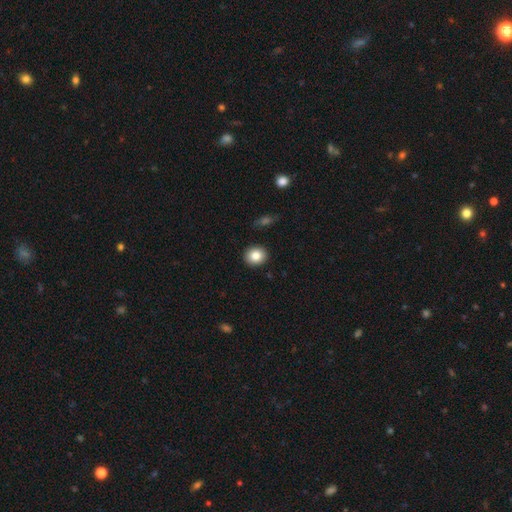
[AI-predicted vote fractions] Morphology: type=smooth (83%); roundness=round (77%); merging=none (91%).